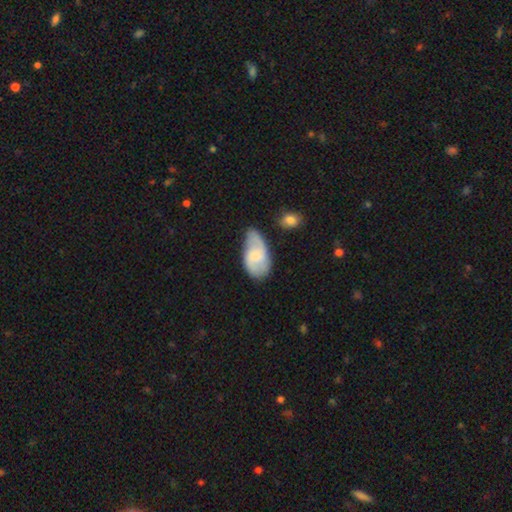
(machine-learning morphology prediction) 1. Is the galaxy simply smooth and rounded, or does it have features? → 49% smooth, 45% featured or disk, 6% star or artifact.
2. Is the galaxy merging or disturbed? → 53% none, 32% minor disturbance, 9% major disturbance, 6% merger.